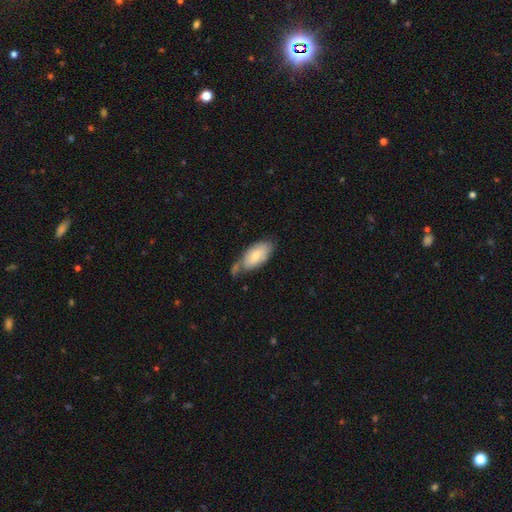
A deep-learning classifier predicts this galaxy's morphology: Overall: smooth (70%). How rounded: in between (92%). Merging: none (45%; minor disturbance 27%).